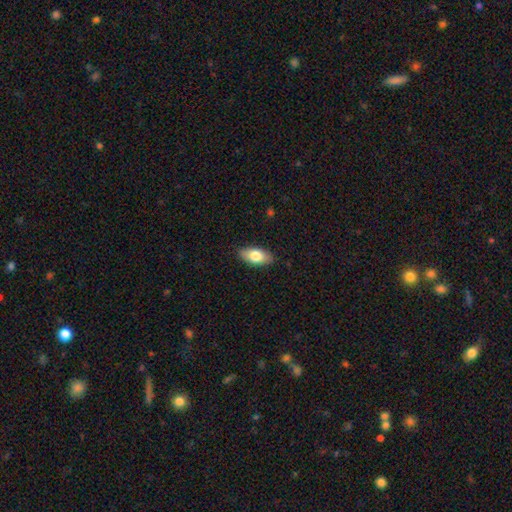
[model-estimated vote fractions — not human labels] A smooth galaxy with no disk features (77%) that is in between round and cigar-shaped (90%).

Vote fractions:
- Smooth or featured? smooth: 77% / featured or disk: 17% / star or artifact: 6%
- How rounded? in between: 90% / cigar-shaped: 6% / round: 3%
- Merging? none: 87% / minor disturbance: 10% / major disturbance: 2% / merger: 1%